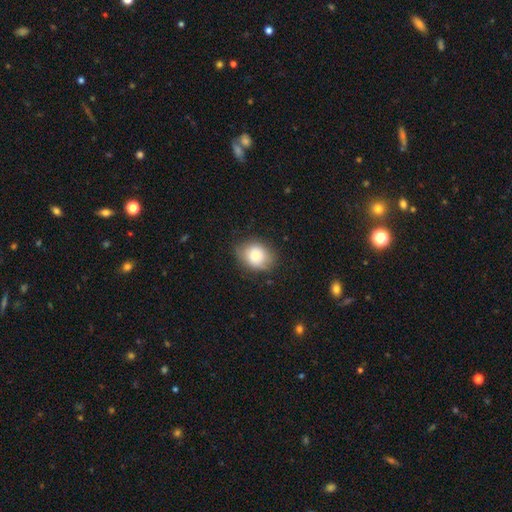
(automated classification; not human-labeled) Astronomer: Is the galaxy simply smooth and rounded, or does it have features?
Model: smooth — 77%.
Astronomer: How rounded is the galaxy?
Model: round — 53% (runner-up: in between, 46%).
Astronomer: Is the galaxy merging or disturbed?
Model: none — 75%.